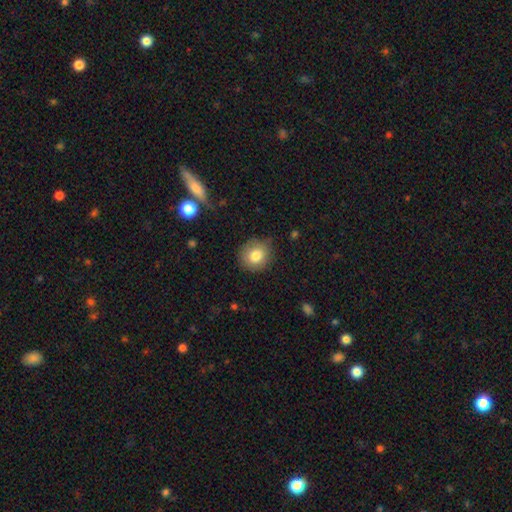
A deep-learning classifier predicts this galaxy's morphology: A smooth galaxy with no disk features (81%) that is round (83%). Merging: none (78%).